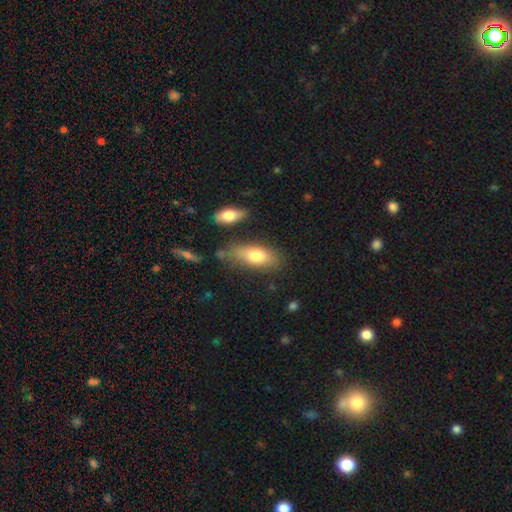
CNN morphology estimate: smooth 75%, featured or disk 18%, star or artifact 7%. Down the decision tree: how rounded — in between (78%); merging — none (66%).